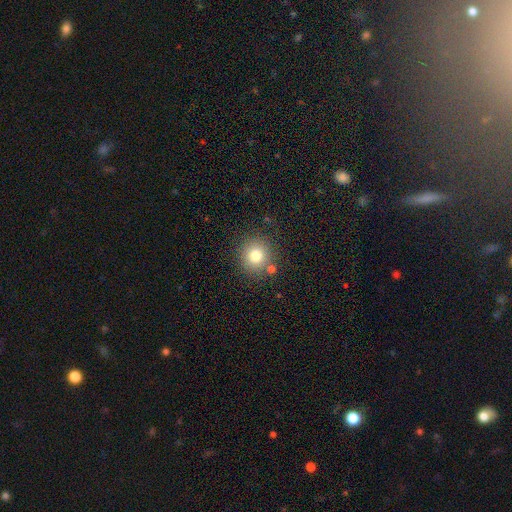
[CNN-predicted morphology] This appears to be a smooth galaxy with no disk features (78%) that is round (91%). Merging: none (81%).